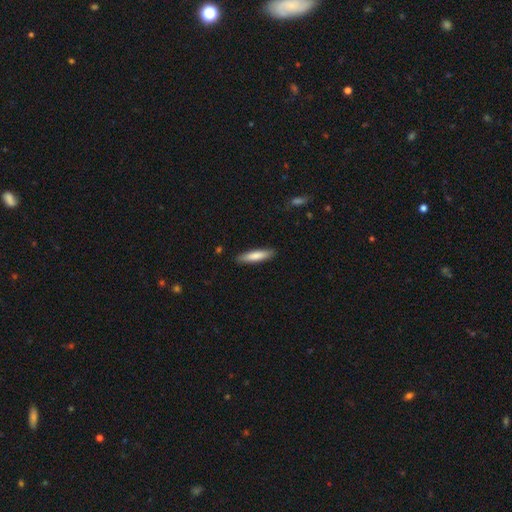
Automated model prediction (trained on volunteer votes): Smooth or featured? smooth (78%)
How rounded? cigar-shaped (80%)
Merging? none (88%)